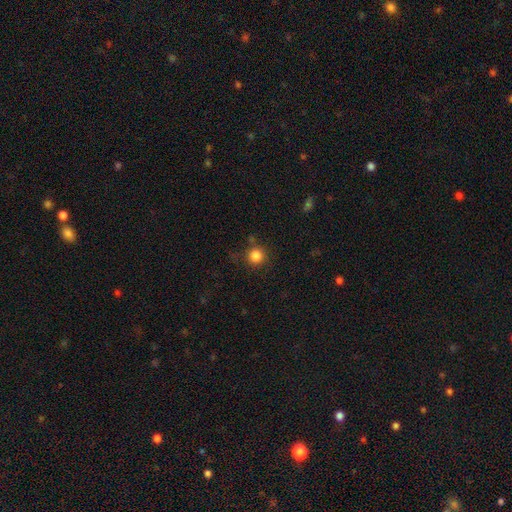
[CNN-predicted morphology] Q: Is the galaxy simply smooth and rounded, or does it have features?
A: smooth — 84%.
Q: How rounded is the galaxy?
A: round — 94%.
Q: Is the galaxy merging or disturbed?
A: none — 82%.